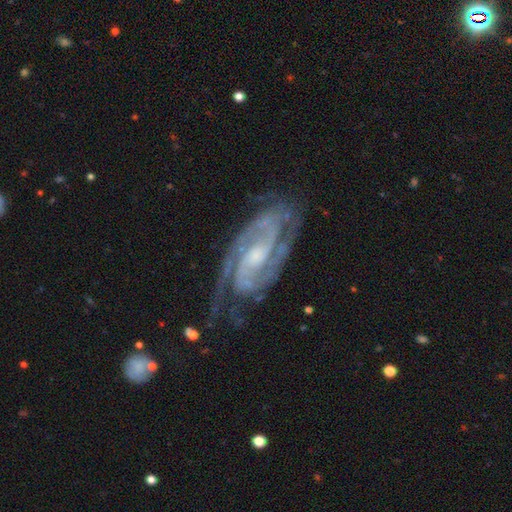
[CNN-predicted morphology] type=featured or disk (91%); edge-on=no (95%); bar=weak (44%); spiral arms=yes (98%); winding=tight (57%); arm count=2 (63%); bulge=small (47%); merging=none (69%).